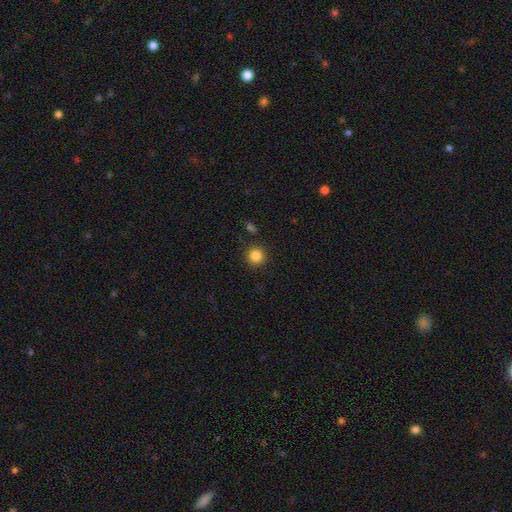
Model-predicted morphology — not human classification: Smooth or featured: smooth — 85% (star or artifact — 11%)
How rounded: round — 95% (in between — 5%)
Merging: none — 90% (minor disturbance — 6%)